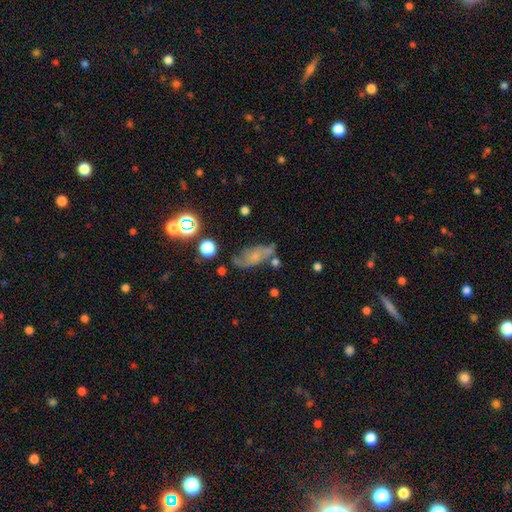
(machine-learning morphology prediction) A featured or disk galaxy (44%).

Vote fractions:
- Smooth or featured? featured or disk: 44% / smooth: 39% / star or artifact: 17%
- Merging? none: 55% / minor disturbance: 24% / major disturbance: 11% / merger: 10%